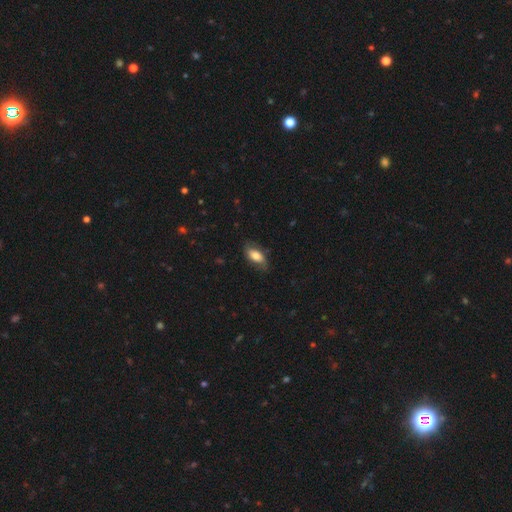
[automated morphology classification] The model was most divided on "smooth or featured": smooth: 65%, featured or disk: 28%, star or artifact: 7%. More confident: how rounded — in between (89%); merging — none (70%).